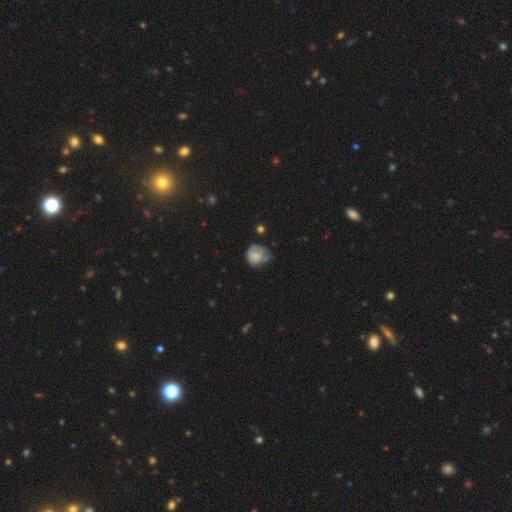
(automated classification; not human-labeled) Smooth or featured? smooth (69%)
How rounded? round (71%)
Merging? minor disturbance (41%)